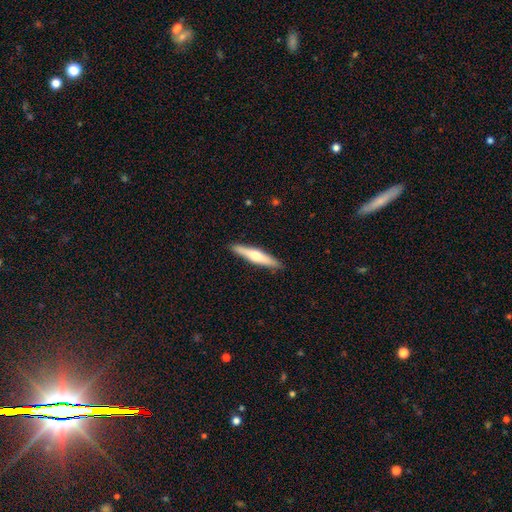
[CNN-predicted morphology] Smooth or featured? featured or disk (48%)
Merging? none (90%)